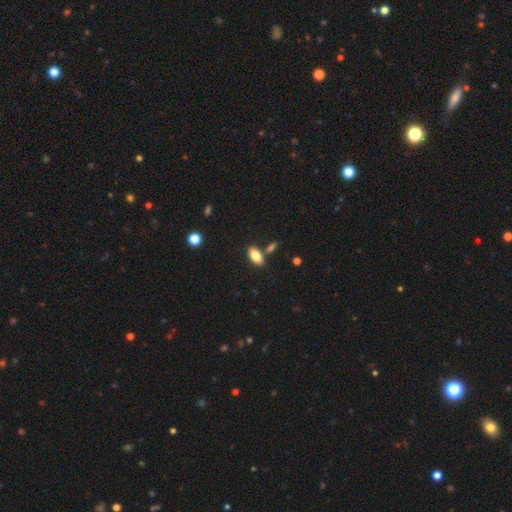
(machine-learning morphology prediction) A smooth galaxy with no disk features (80%) that is in between round and cigar-shaped (90%). Merging: none (76%).